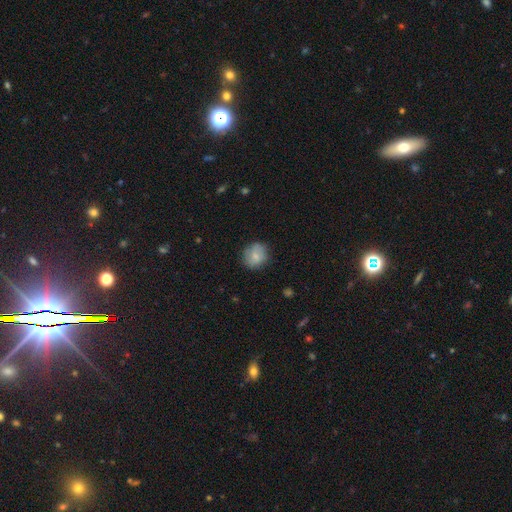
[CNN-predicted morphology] Smooth or featured? smooth (74%)
How rounded? round (75%)
Merging? none (77%)